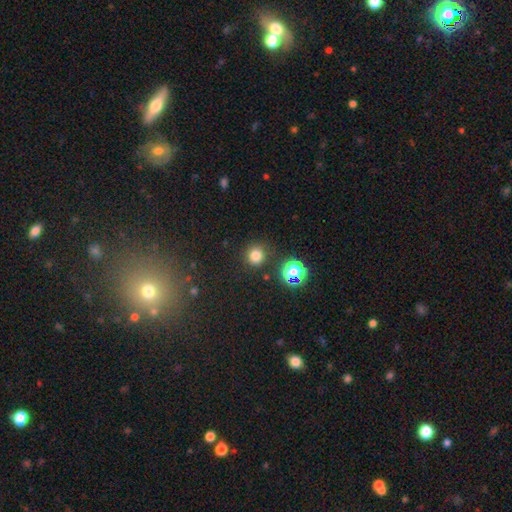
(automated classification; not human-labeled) Smooth or featured?
  - smooth: 78% *
  - star or artifact: 18%
  - featured or disk: 5%
How rounded?
  - round: 92% *
  - in between: 7%
  - cigar-shaped: 1%
Merging?
  - none: 86% *
  - minor disturbance: 8%
  - merger: 3%
  - major disturbance: 3%